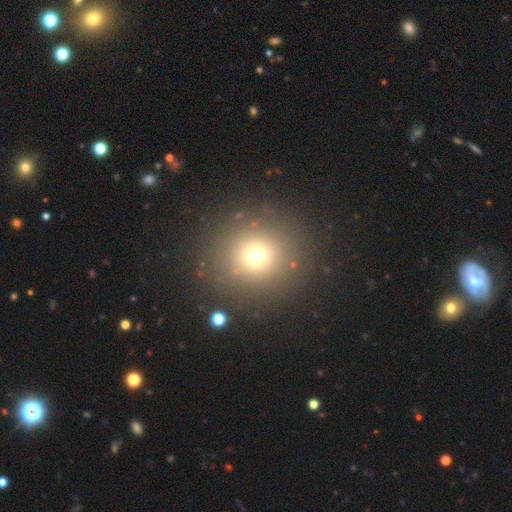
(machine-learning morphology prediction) smooth-or-featured: smooth: 70% | star or artifact: 21% | featured or disk: 9%
  how-rounded: round: 92% | in between: 7% | cigar-shaped: 1%
  merging: none: 87% | minor disturbance: 6% | major disturbance: 4% | merger: 2%